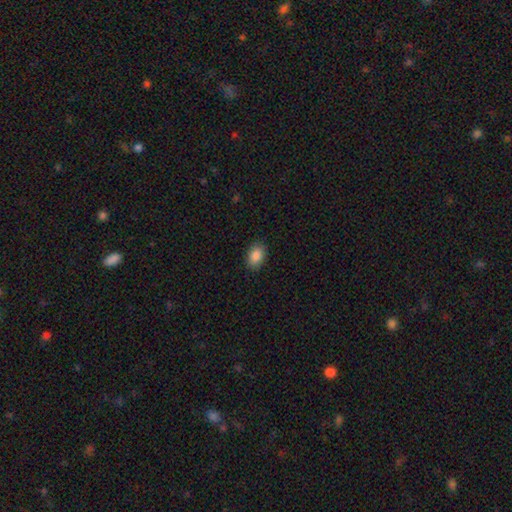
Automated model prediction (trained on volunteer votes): smooth-or-featured: smooth: 87% | star or artifact: 8% | featured or disk: 5%
  how-rounded: in between: 85% | round: 14% | cigar-shaped: 1%
  merging: none: 88% | minor disturbance: 9% | major disturbance: 2% | merger: 1%